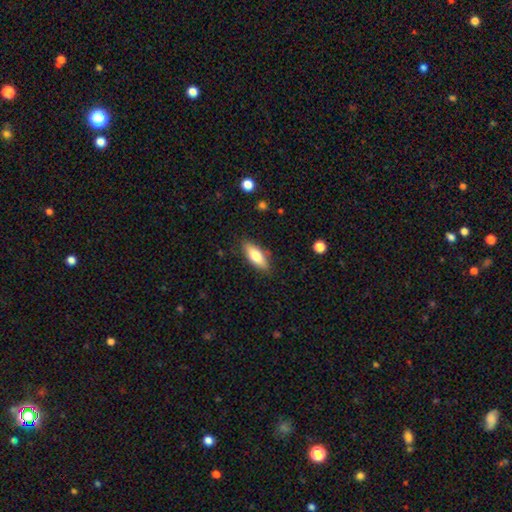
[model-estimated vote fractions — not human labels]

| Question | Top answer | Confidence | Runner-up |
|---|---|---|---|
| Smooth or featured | smooth | 73% | featured or disk (21%) |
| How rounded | in between | 71% | cigar-shaped (27%) |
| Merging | none | 85% | minor disturbance (11%) |